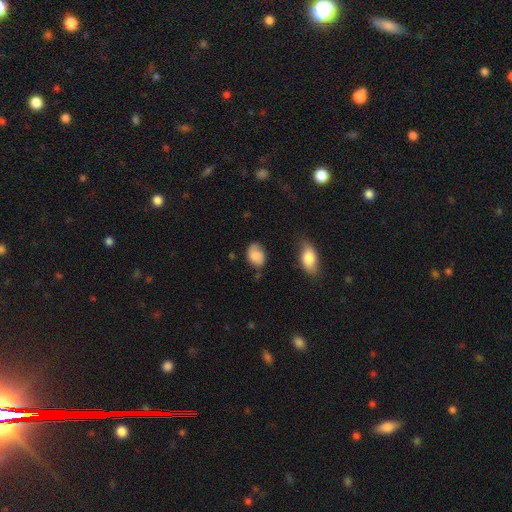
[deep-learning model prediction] smooth 78%, featured or disk 13%, star or artifact 8%. Down the decision tree: how rounded — in between (72%); merging — none (59%).